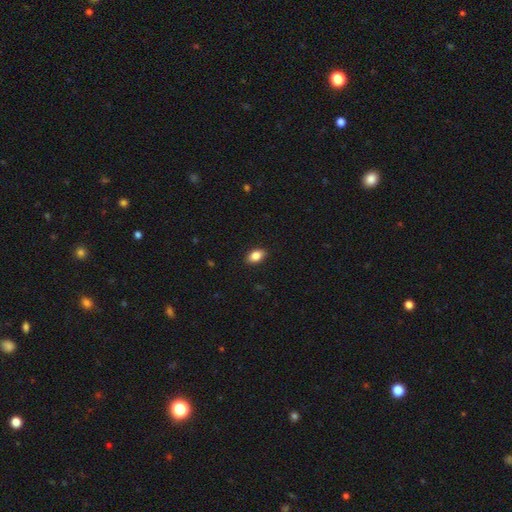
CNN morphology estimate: This is clearly a smooth galaxy (85%). How rounded: clearly in between (89%). Merging: clearly none (89%).